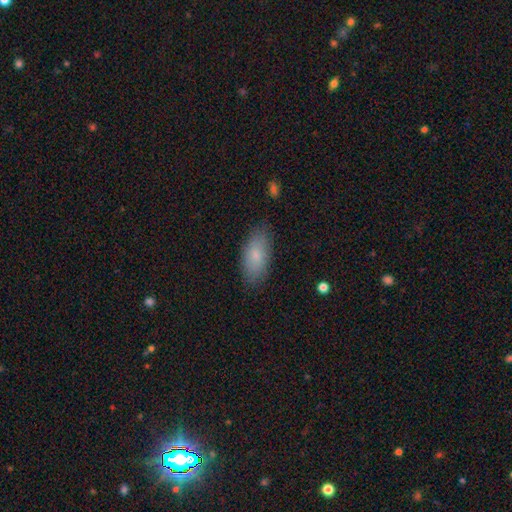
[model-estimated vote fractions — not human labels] Smooth or featured?
  - smooth: 80% *
  - featured or disk: 13%
  - star or artifact: 7%
How rounded?
  - in between: 88% *
  - cigar-shaped: 9%
  - round: 3%
Merging?
  - none: 83% *
  - minor disturbance: 13%
  - major disturbance: 3%
  - merger: 1%